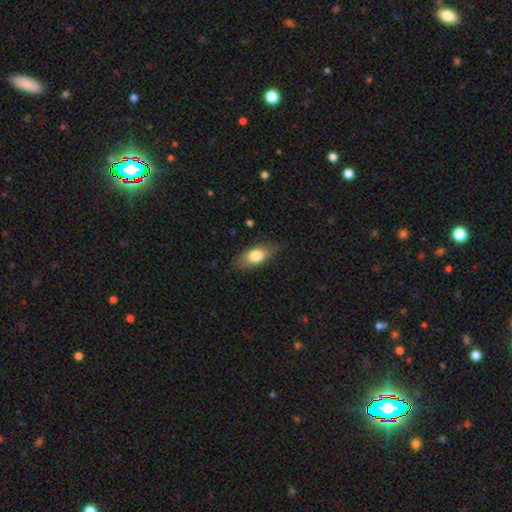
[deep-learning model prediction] Q: Smooth or featured?
A: smooth (73%); runner-up: featured or disk (20%)
Q: How rounded?
A: in between (82%); runner-up: cigar-shaped (12%)
Q: Merging?
A: none (78%); runner-up: minor disturbance (16%)